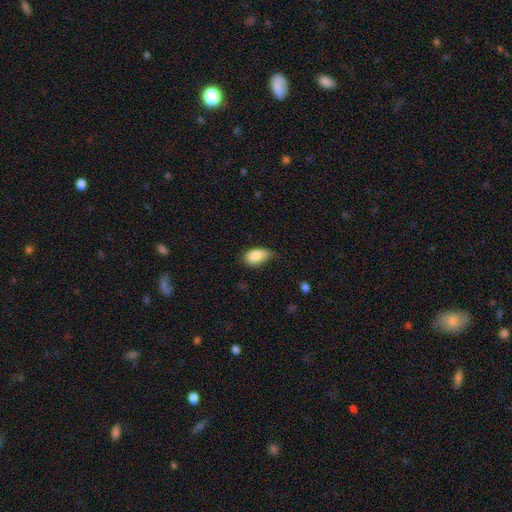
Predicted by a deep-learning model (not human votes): smooth 85%, featured or disk 8%, star or artifact 7%. Down the decision tree: how rounded — in between (89%); merging — none (50%).